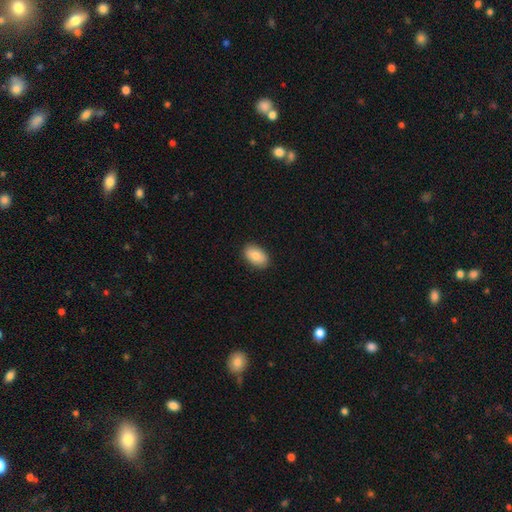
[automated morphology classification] Smooth or featured?
  - smooth: 84% *
  - featured or disk: 9%
  - star or artifact: 7%
How rounded?
  - in between: 92% *
  - round: 7%
  - cigar-shaped: 1%
Merging?
  - none: 88% *
  - minor disturbance: 10%
  - major disturbance: 2%
  - merger: 1%